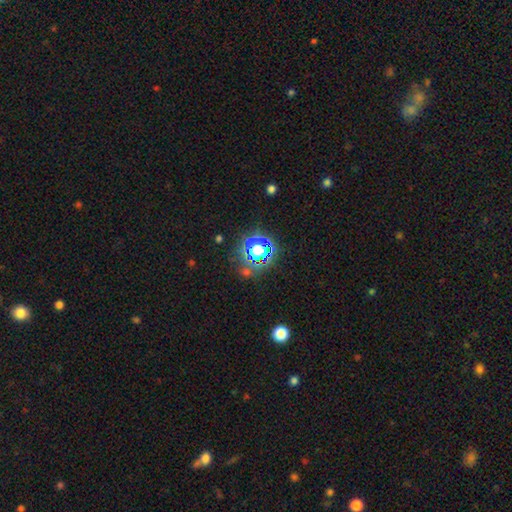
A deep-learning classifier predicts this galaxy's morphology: A star or artifact, not a galaxy (77%).